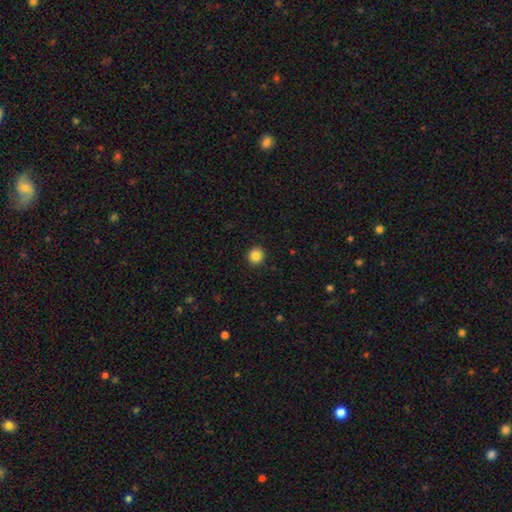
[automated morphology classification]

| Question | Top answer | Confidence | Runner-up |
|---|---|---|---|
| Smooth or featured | smooth | 86% | star or artifact (10%) |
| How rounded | round | 94% | in between (5%) |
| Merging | none | 93% | minor disturbance (5%) |